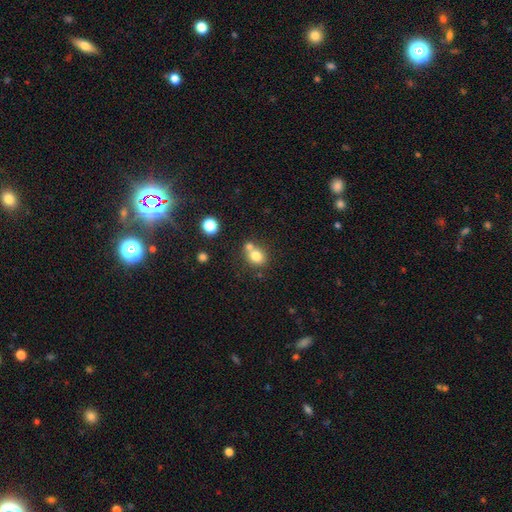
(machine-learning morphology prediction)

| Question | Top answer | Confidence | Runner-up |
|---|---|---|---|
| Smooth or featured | smooth | 78% | star or artifact (12%) |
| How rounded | round | 69% | in between (31%) |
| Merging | none | 50% | merger (37%) |